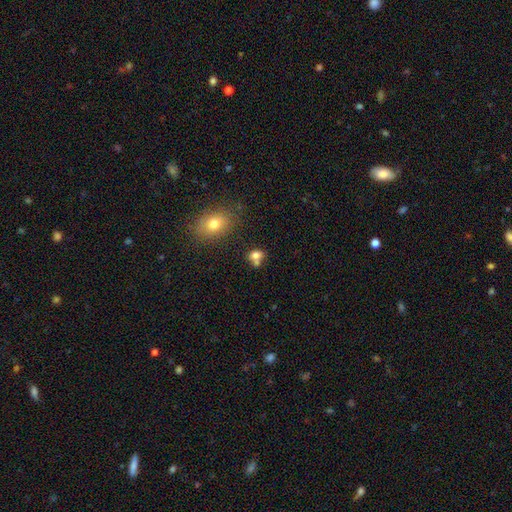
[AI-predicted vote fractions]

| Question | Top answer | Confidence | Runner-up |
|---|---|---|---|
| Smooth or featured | smooth | 76% | featured or disk (12%) |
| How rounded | round | 50% | in between (48%) |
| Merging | none | 44% | merger (40%) |